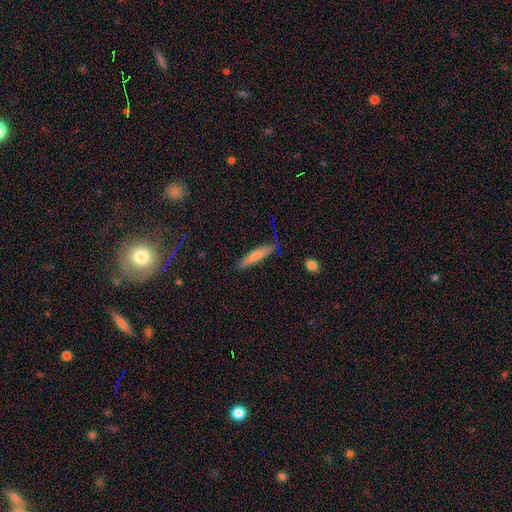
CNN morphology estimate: Smooth or featured? Predicted: smooth (p=0.69). How rounded? Predicted: cigar-shaped (p=0.85). Merging? Predicted: none (p=0.80).